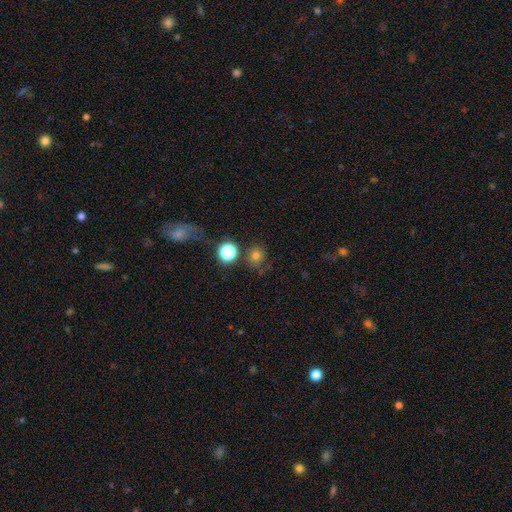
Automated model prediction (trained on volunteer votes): Smooth or featured?
  - smooth: 71% *
  - star or artifact: 20%
  - featured or disk: 9%
How rounded?
  - round: 86% *
  - in between: 13%
  - cigar-shaped: 1%
Merging?
  - none: 75% *
  - minor disturbance: 12%
  - merger: 8%
  - major disturbance: 5%